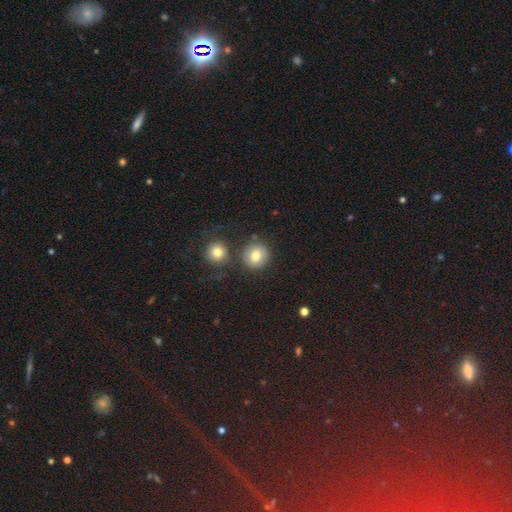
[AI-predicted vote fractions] The model was most divided on "merging": none: 77%, minor disturbance: 10%, merger: 9%, major disturbance: 4%. More confident: how rounded — round (89%); smooth or featured — smooth (79%).